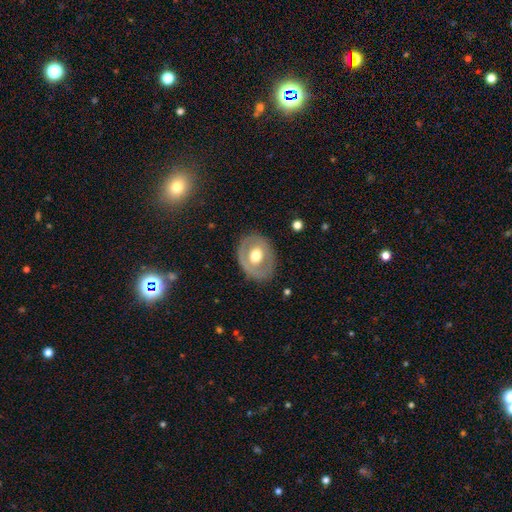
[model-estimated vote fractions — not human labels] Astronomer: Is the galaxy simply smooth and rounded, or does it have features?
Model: featured or disk — 50% (runner-up: smooth, 44%).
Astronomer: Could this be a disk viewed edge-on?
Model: no — 93%.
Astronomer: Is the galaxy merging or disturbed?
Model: none — 80%.